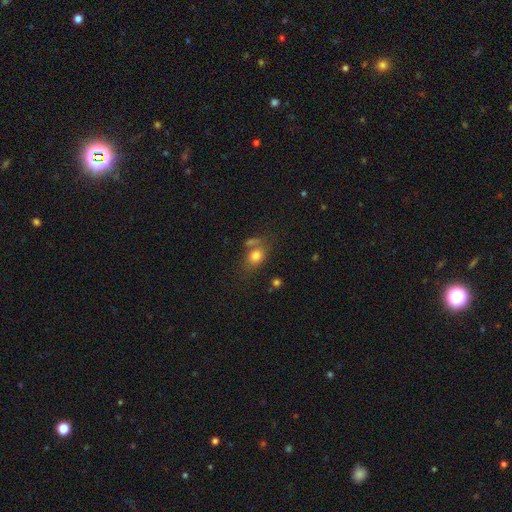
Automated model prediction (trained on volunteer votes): Smooth or featured? Predicted: smooth (p=0.78). How rounded? Predicted: in between (p=0.61). Merging? Predicted: none (p=0.52).